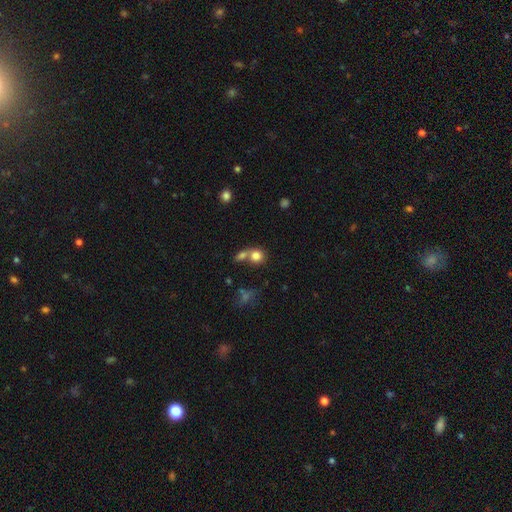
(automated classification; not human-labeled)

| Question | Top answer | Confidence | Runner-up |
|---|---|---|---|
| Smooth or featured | smooth | 79% | star or artifact (11%) |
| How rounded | round | 77% | in between (21%) |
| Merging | merger | 47% | none (40%) |